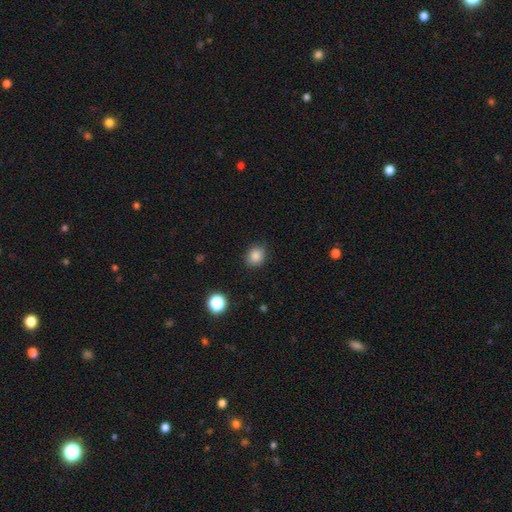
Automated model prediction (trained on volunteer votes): Smooth or featured: smooth — 85% (star or artifact — 11%)
How rounded: round — 67% (in between — 32%)
Merging: none — 87% (minor disturbance — 10%)